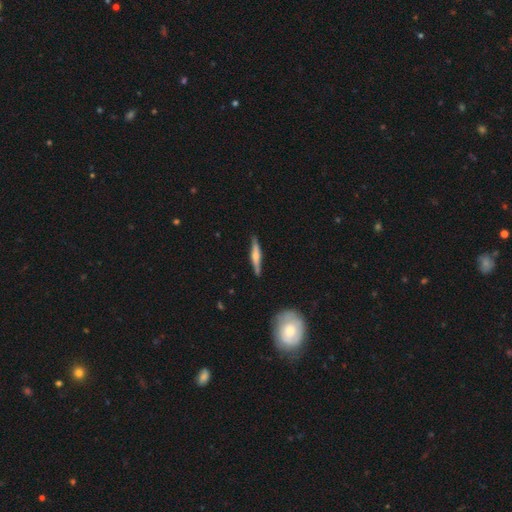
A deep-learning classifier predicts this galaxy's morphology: type=featured or disk (60%); edge-on=yes (96%); edge-on bulge=rounded (79%); merging=none (85%).